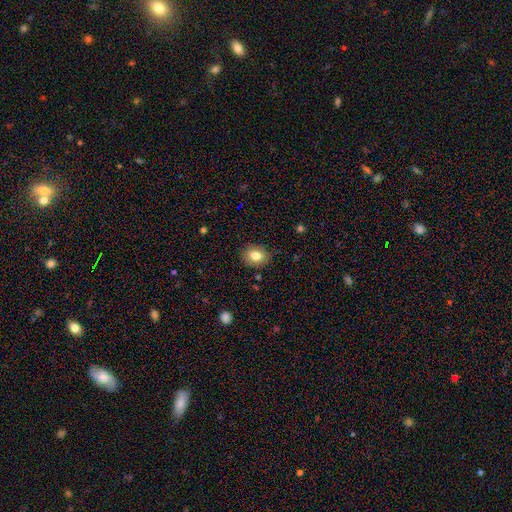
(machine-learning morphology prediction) The model was most divided on "how rounded": in between: 52%, round: 47%, cigar-shaped: 1%. More confident: merging — none (85%); smooth or featured — smooth (82%).